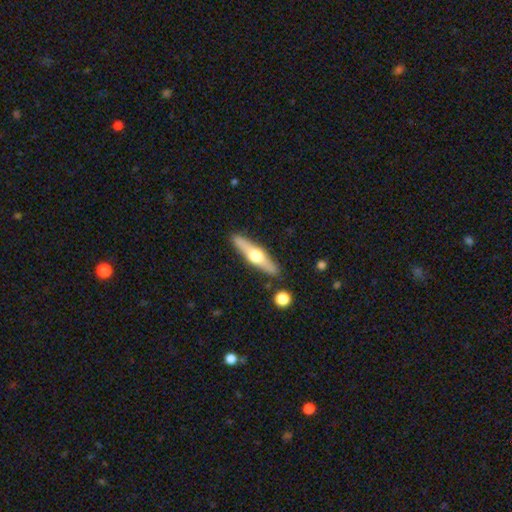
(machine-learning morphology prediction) Smooth or featured?
  - featured or disk: 60% *
  - smooth: 35%
  - star or artifact: 5%
Edge-on disk?
  - yes: 94% *
  - no: 6%
Edge-on bulge?
  - rounded: 95% *
  - boxy: 3%
  - none: 2%
Merging?
  - none: 88% *
  - minor disturbance: 8%
  - merger: 3%
  - major disturbance: 2%